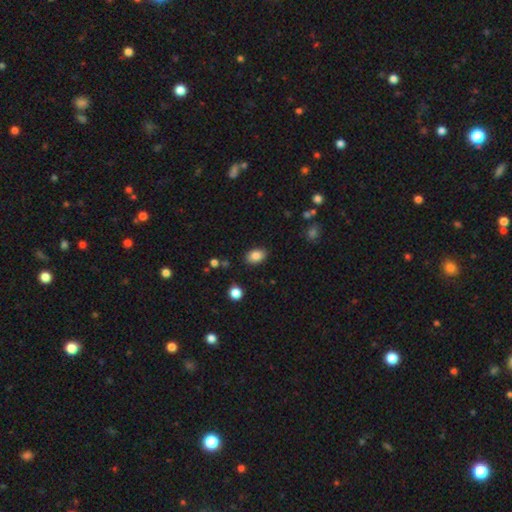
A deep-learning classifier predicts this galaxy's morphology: Smooth or featured?
  - smooth: 85% *
  - star or artifact: 9%
  - featured or disk: 6%
How rounded?
  - in between: 82% *
  - round: 17%
  - cigar-shaped: 1%
Merging?
  - none: 86% *
  - minor disturbance: 10%
  - major disturbance: 2%
  - merger: 2%